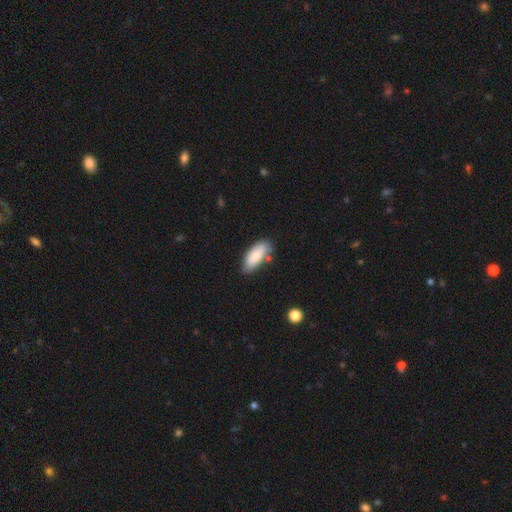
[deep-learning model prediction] Smooth or featured: smooth — 83% (featured or disk — 11%)
How rounded: in between — 80% (cigar-shaped — 18%)
Merging: none — 74% (minor disturbance — 18%)